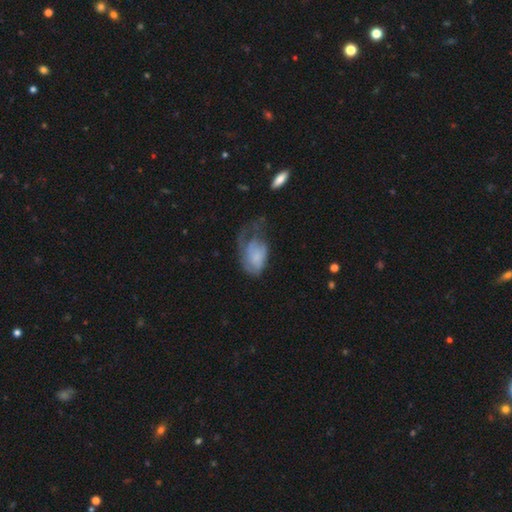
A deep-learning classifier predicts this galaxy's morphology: A smooth galaxy with no disk features (49%). Merging: major disturbance (55%).